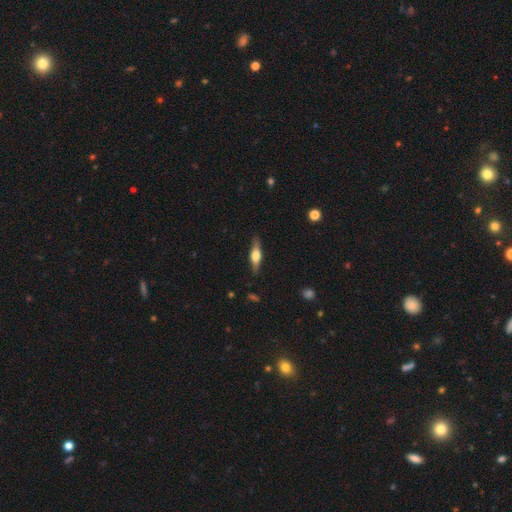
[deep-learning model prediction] Overall: featured or disk (59%; smooth 35%). Edge-on disk: yes (95%). Edge-on bulge: rounded (92%). Merging: none (86%).